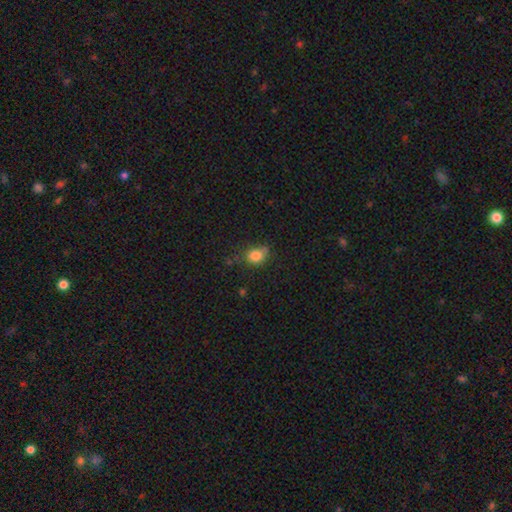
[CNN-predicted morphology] smooth-or-featured: smooth: 82% | star or artifact: 11% | featured or disk: 7%
  how-rounded: round: 53% | in between: 46% | cigar-shaped: 1%
  merging: none: 57% | minor disturbance: 29% | major disturbance: 8% | merger: 6%